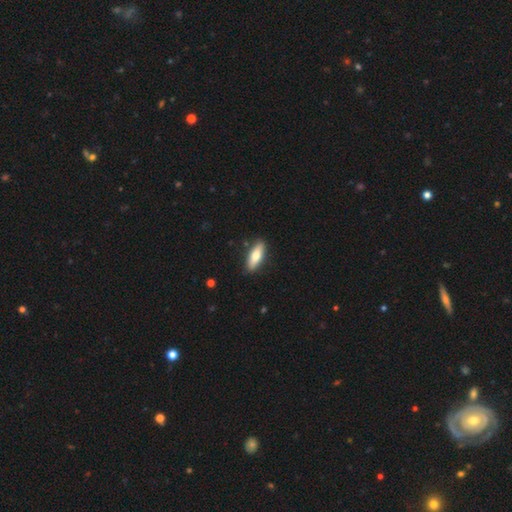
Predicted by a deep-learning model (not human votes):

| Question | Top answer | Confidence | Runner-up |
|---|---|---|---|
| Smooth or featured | smooth | 71% | featured or disk (23%) |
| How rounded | in between | 57% | cigar-shaped (41%) |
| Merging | none | 88% | minor disturbance (9%) |